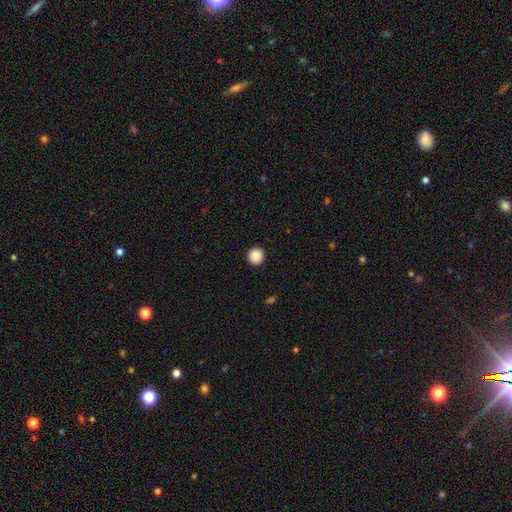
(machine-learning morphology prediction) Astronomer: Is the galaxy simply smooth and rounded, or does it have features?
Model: smooth — 89%.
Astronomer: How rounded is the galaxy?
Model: round — 93%.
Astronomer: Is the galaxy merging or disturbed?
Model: none — 92%.